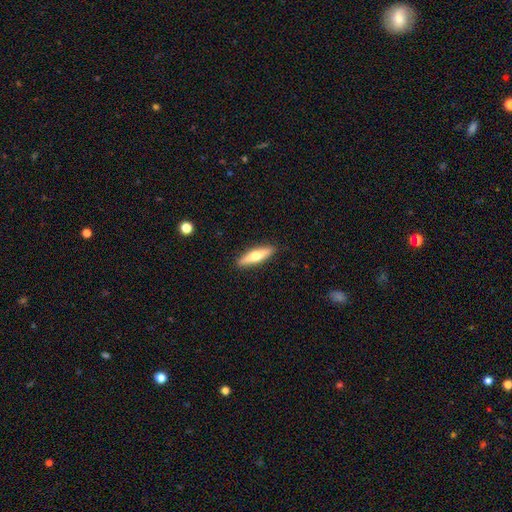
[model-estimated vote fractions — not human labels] Overall: smooth (53%; featured or disk 42%). How rounded: cigar-shaped (71%). Merging: none (90%).